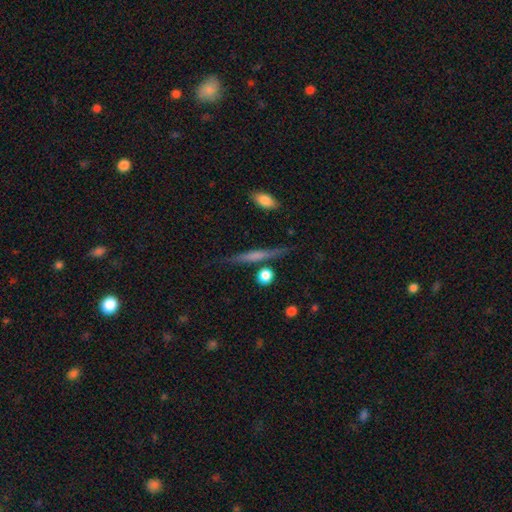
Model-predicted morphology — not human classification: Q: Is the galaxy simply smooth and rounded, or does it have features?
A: featured or disk — 57%.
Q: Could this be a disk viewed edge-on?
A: yes — 92%.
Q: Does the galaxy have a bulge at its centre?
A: rounded — 67%.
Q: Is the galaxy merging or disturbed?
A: none — 81%.